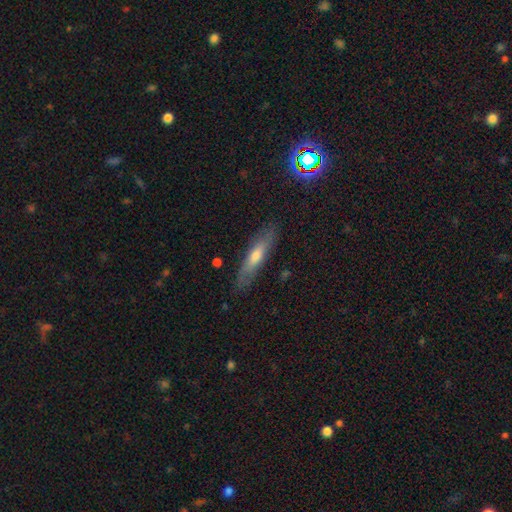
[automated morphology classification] smooth 53%, featured or disk 40%, star or artifact 7%. Down the decision tree: how rounded — cigar-shaped (80%); merging — none (84%).